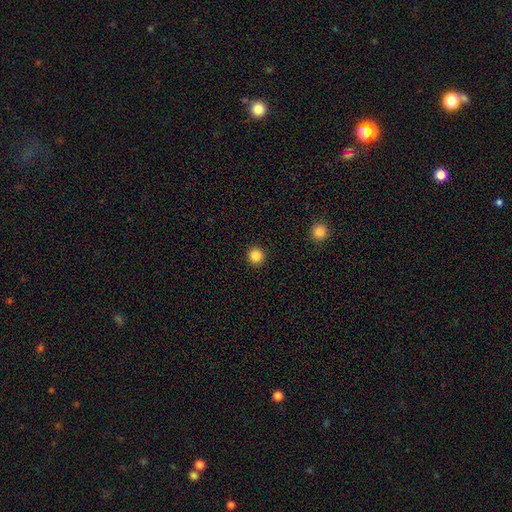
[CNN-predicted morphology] Overall: smooth (86%). How rounded: round (95%). Merging: none (93%).